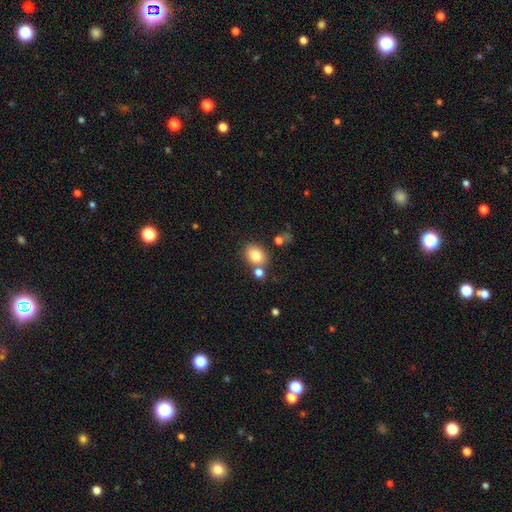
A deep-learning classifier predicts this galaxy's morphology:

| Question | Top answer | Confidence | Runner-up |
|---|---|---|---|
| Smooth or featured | smooth | 80% | star or artifact (11%) |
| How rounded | in between | 51% | round (48%) |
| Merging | none | 69% | merger (17%) |